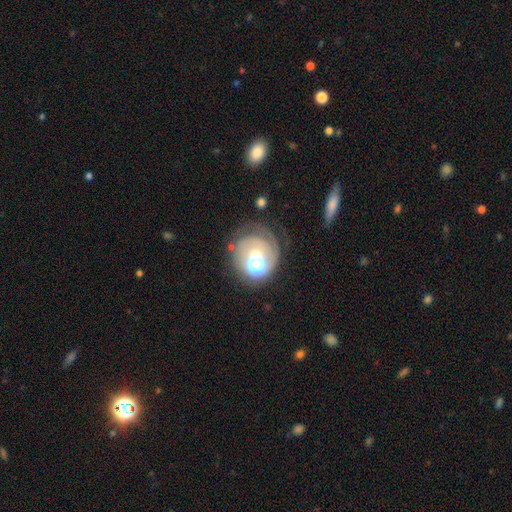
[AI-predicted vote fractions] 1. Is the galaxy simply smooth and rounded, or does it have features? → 53% featured or disk, 30% smooth, 17% star or artifact.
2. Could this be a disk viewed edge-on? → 96% no, 4% yes.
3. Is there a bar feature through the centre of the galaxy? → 67% no, 22% weak, 11% strong.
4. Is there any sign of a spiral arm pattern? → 56% yes, 44% no.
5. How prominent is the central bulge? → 41% moderate, 32% large, 11% small, 9% dominant, 7% none.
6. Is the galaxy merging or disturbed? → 50% none, 21% major disturbance, 21% minor disturbance, 8% merger.